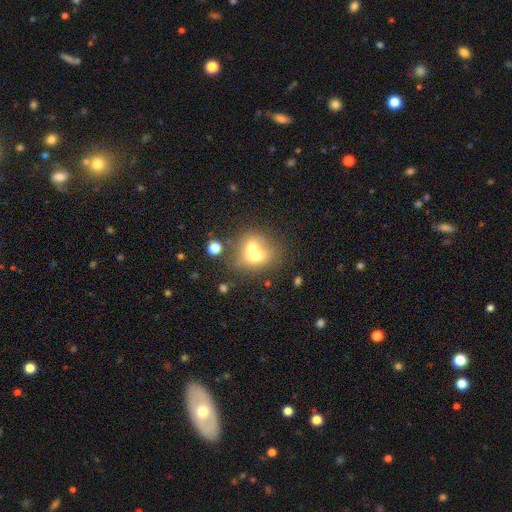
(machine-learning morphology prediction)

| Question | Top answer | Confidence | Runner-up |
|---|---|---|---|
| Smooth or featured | smooth | 62% | featured or disk (27%) |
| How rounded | round | 65% | in between (34%) |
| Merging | merger | 63% | none (26%) |